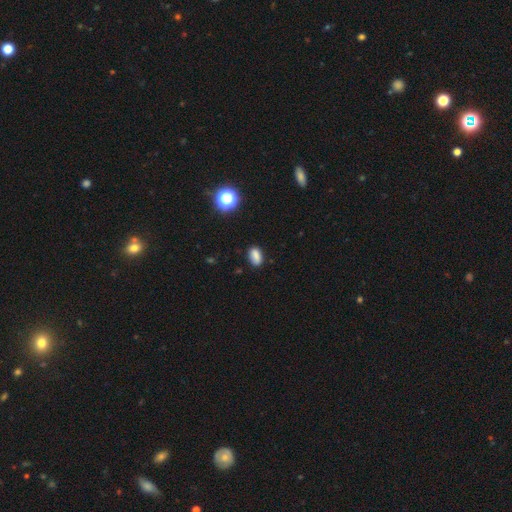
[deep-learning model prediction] Smooth or featured: smooth — 82% (star or artifact — 12%)
How rounded: in between — 87% (round — 10%)
Merging: none — 82% (minor disturbance — 13%)